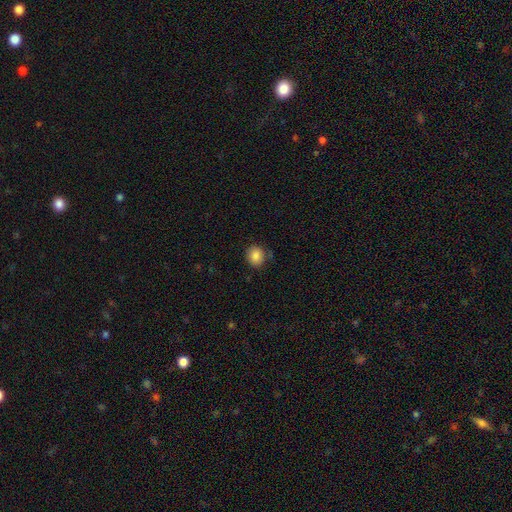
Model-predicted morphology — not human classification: Smooth or featured?
  - smooth: 86% *
  - star or artifact: 9%
  - featured or disk: 5%
How rounded?
  - round: 75% *
  - in between: 24%
  - cigar-shaped: 1%
Merging?
  - none: 80% *
  - minor disturbance: 14%
  - major disturbance: 3%
  - merger: 2%